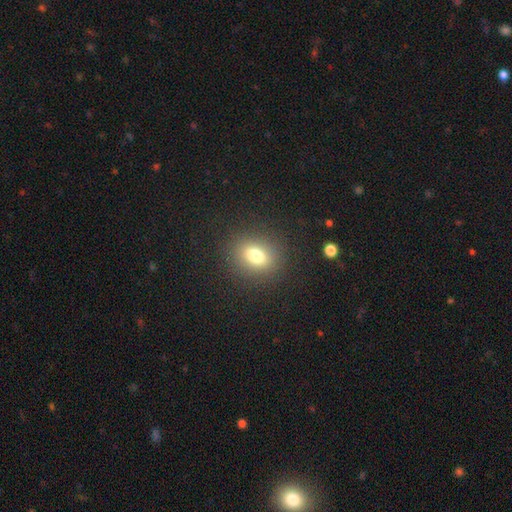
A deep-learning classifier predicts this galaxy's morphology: Overall: smooth (76%). How rounded: in between (50%; round 48%). Merging: none (87%).